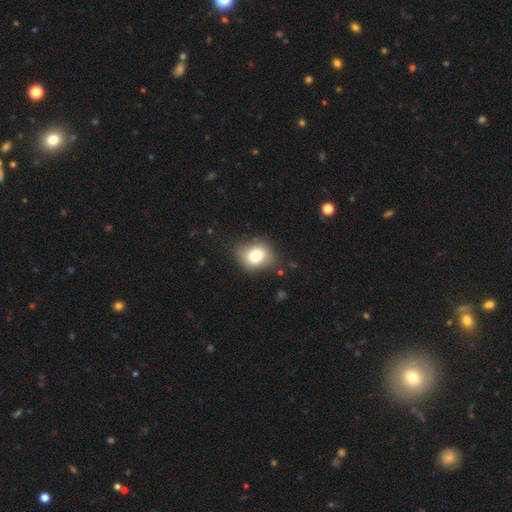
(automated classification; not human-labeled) Smooth or featured: smooth — 76% (featured or disk — 13%)
How rounded: round — 61% (in between — 38%)
Merging: none — 79% (minor disturbance — 15%)